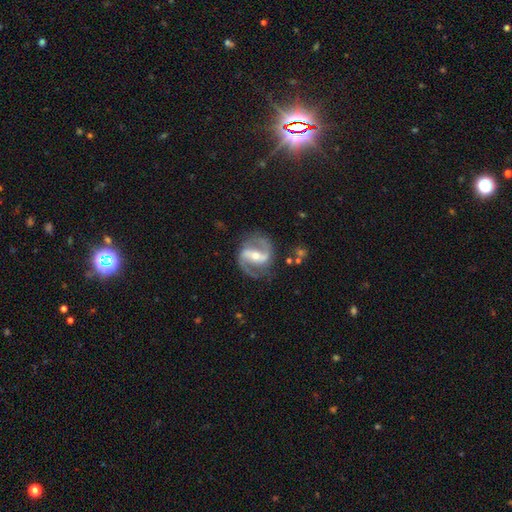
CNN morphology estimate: type=featured or disk (90%); edge-on=no (97%); bar=strong (62%); spiral arms=yes (96%); winding=medium (57%); arm count=2 (92%); bulge=moderate (51%); merging=none (80%).